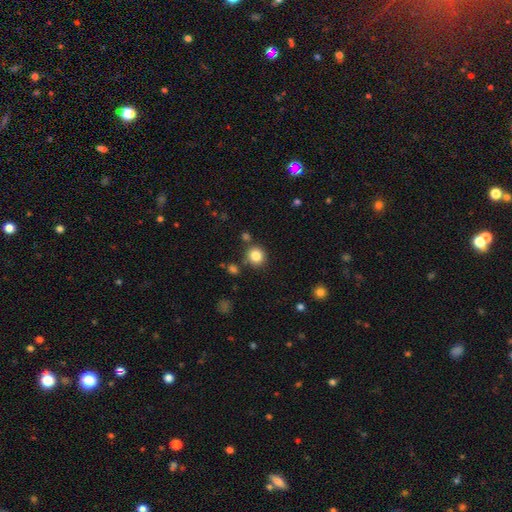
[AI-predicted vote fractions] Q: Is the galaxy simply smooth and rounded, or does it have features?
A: smooth — 84%.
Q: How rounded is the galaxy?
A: round — 89%.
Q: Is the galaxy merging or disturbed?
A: none — 82%.